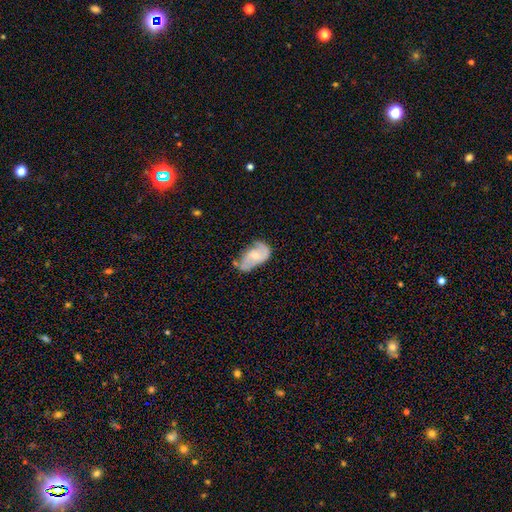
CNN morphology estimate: type=featured or disk (61%); edge-on=no (96%); bar=no (59%); spiral arms=yes (83%); bulge=small (55%); merging=none (37%, tied with minor disturbance).